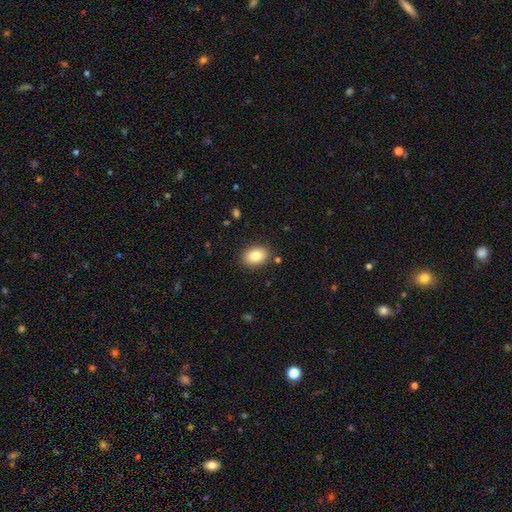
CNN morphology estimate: The model was most divided on "how rounded": in between: 73%, round: 26%, cigar-shaped: 1%. More confident: merging — none (87%); smooth or featured — smooth (83%).